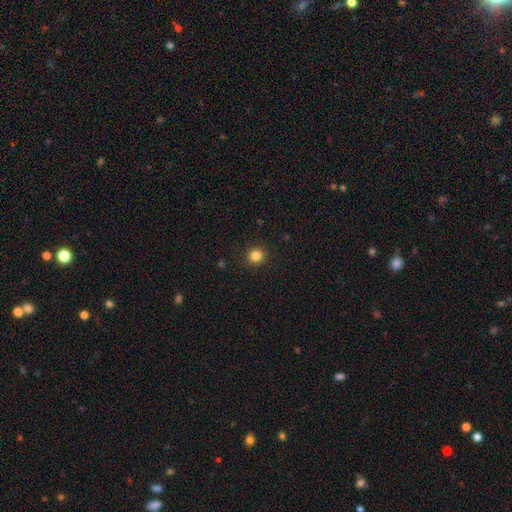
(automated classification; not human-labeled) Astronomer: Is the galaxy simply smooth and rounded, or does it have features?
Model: smooth — 84%.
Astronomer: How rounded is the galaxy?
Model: round — 93%.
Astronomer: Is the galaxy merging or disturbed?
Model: none — 92%.